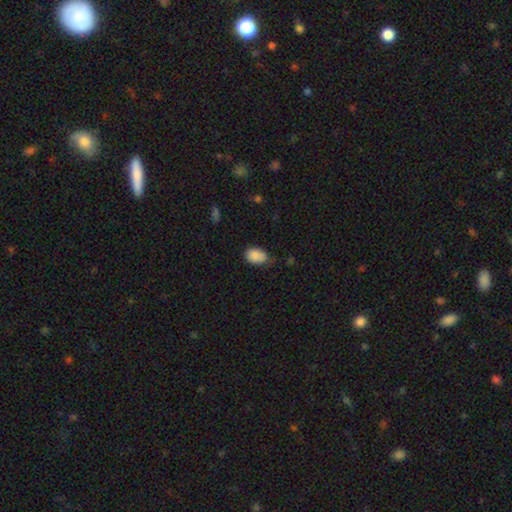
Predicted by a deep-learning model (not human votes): Smooth or featured: smooth — 87% (star or artifact — 8%)
How rounded: in between — 82% (round — 17%)
Merging: none — 58% (minor disturbance — 35%)